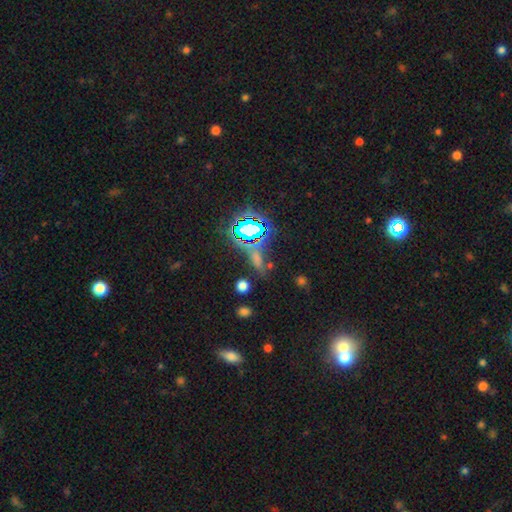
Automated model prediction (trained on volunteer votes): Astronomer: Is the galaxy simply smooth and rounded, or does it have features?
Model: star or artifact — 68%.